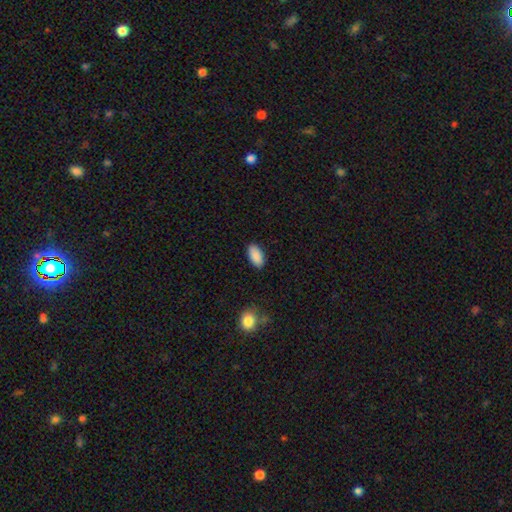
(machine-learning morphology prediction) A smooth galaxy with no disk features (90%) that is in between round and cigar-shaped (94%).

Vote fractions:
- Smooth or featured? smooth: 90% / star or artifact: 7% / featured or disk: 4%
- How rounded? in between: 94% / cigar-shaped: 4% / round: 3%
- Merging? none: 88% / minor disturbance: 9% / major disturbance: 2% / merger: 1%